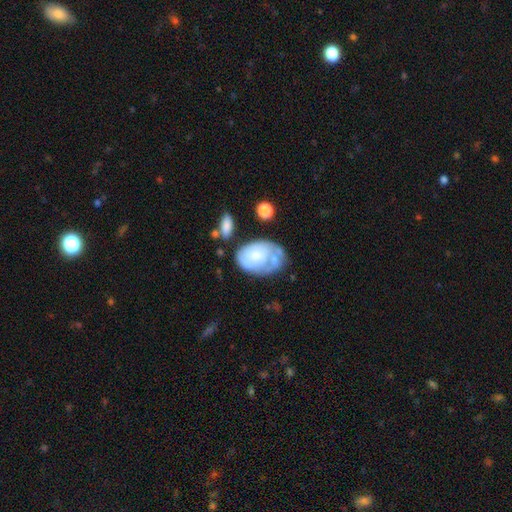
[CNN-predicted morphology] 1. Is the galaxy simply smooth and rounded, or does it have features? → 47% featured or disk, 46% smooth, 7% star or artifact.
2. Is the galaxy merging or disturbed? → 36% none, 28% minor disturbance, 20% merger, 17% major disturbance.